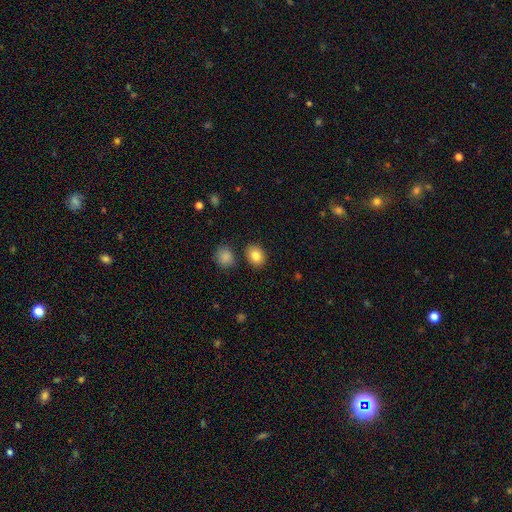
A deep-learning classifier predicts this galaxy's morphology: smooth_or_featured: smooth (p=0.84) [alt: star or artifact p=0.09]
how_rounded: in between (p=0.56) [alt: round p=0.43]
merging: none (p=0.85) [alt: minor disturbance p=0.09]